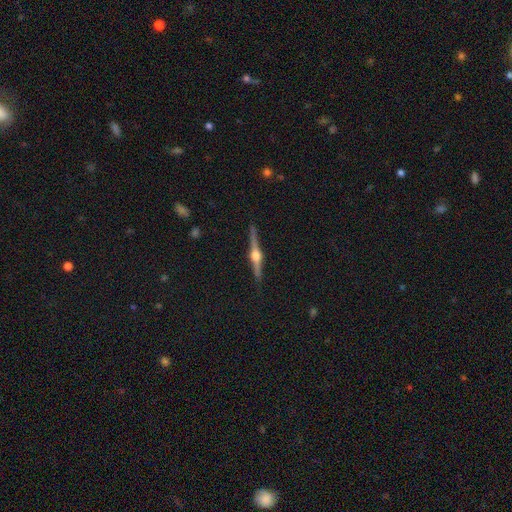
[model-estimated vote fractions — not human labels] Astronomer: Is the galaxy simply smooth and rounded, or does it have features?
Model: featured or disk — 85%.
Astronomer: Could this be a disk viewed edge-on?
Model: yes — 98%.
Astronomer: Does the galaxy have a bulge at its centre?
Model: rounded — 96%.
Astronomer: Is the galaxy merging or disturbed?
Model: none — 90%.